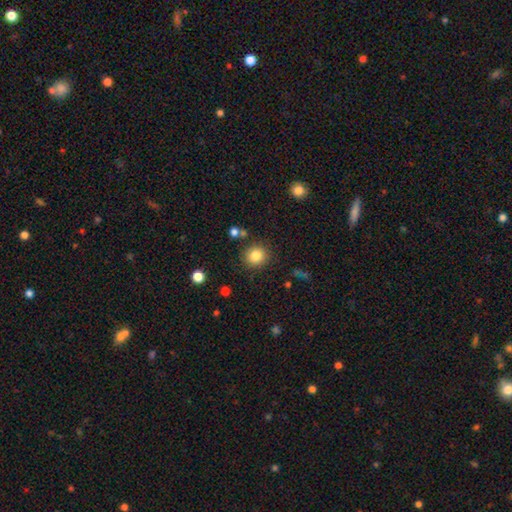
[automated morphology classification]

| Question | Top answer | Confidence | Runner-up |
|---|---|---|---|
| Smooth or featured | smooth | 84% | star or artifact (10%) |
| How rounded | round | 85% | in between (14%) |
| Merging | none | 85% | minor disturbance (8%) |